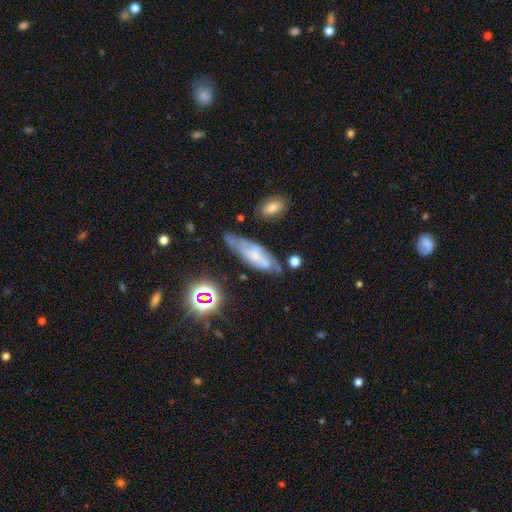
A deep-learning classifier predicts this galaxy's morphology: smooth-or-featured: featured or disk: 52% | smooth: 36% | star or artifact: 12%
  disk-edge-on: no: 76% | yes: 24%
  merging: none: 53% | minor disturbance: 29% | major disturbance: 12% | merger: 6%